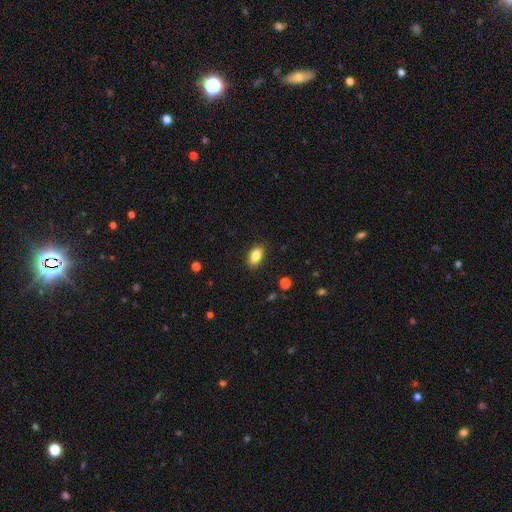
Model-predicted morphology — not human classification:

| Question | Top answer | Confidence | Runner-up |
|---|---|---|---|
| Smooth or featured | smooth | 84% | star or artifact (8%) |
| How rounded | in between | 90% | round (6%) |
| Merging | none | 88% | minor disturbance (9%) |